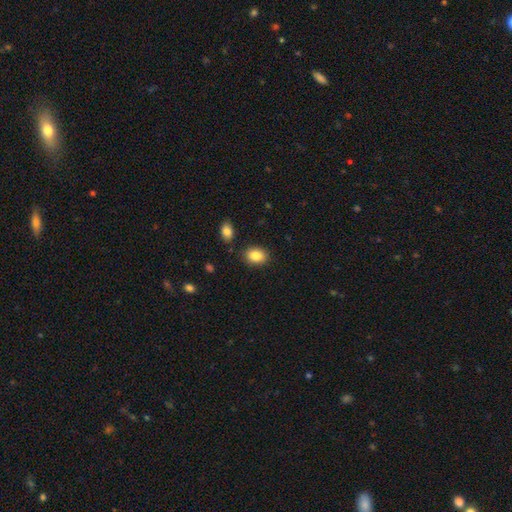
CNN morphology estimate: A smooth galaxy with no disk features (85%) that is in between round and cigar-shaped (71%).

Vote fractions:
- Smooth or featured? smooth: 85% / star or artifact: 8% / featured or disk: 7%
- How rounded? in between: 71% / round: 28% / cigar-shaped: 1%
- Merging? none: 86% / minor disturbance: 9% / merger: 3% / major disturbance: 2%